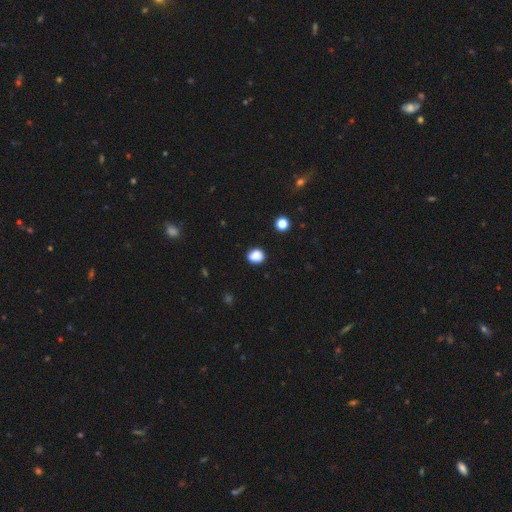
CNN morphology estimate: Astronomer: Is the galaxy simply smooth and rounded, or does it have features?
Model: smooth — 87%.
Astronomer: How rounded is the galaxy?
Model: round — 67%.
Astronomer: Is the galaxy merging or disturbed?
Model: none — 87%.